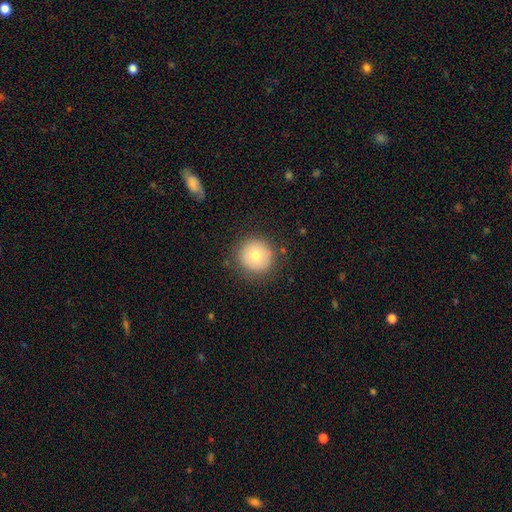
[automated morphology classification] Smooth or featured? Predicted: smooth (p=0.74). How rounded? Predicted: round (p=0.94). Merging? Predicted: none (p=0.85).